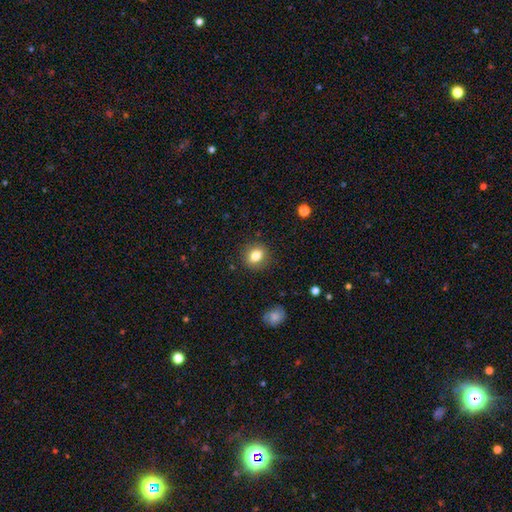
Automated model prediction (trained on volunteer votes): The model was most divided on "how rounded": round: 64%, in between: 35%, cigar-shaped: 1%. More confident: merging — none (88%); smooth or featured — smooth (81%).